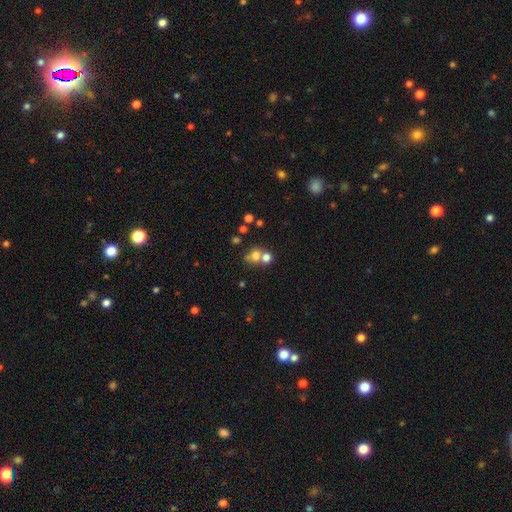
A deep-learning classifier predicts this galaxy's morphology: smooth-or-featured: smooth: 68% | star or artifact: 16% | featured or disk: 16%
  how-rounded: round: 75% | in between: 24% | cigar-shaped: 1%
  merging: merger: 52% | none: 37% | minor disturbance: 7% | major disturbance: 4%